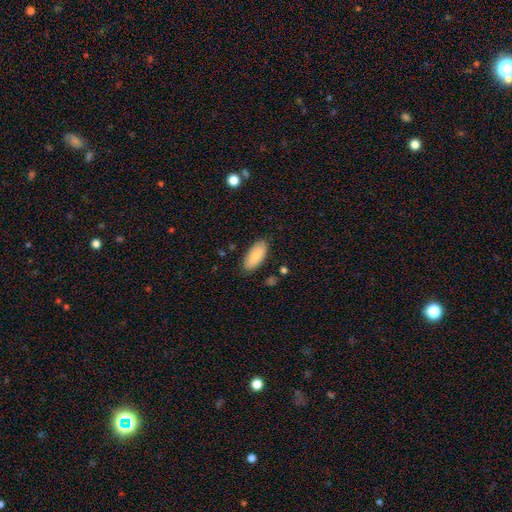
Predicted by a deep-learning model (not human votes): smooth 84%, featured or disk 10%, star or artifact 6%. Down the decision tree: how rounded — in between (89%); merging — none (84%).